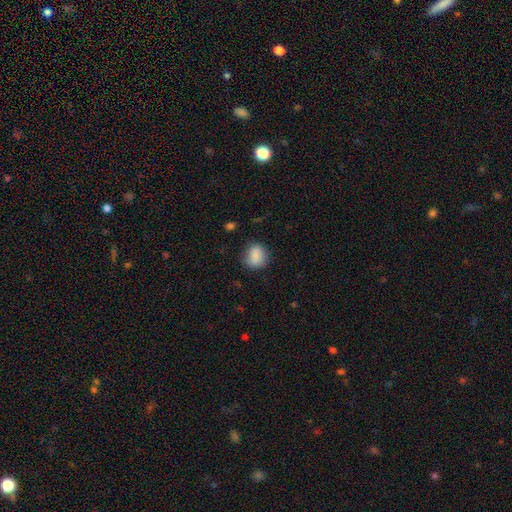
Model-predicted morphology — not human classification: Q: Smooth or featured?
A: smooth (86%); runner-up: star or artifact (8%)
Q: How rounded?
A: round (68%); runner-up: in between (31%)
Q: Merging?
A: none (77%); runner-up: minor disturbance (17%)